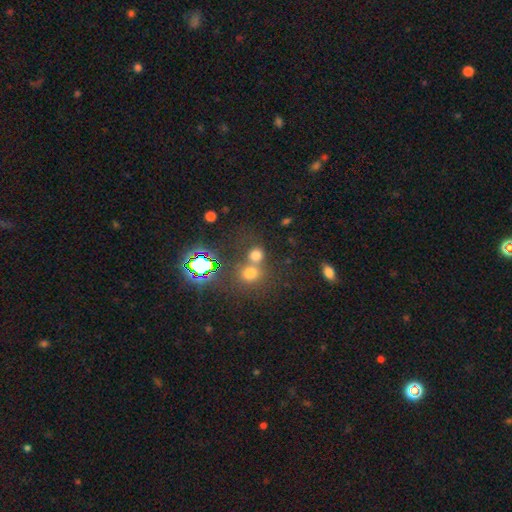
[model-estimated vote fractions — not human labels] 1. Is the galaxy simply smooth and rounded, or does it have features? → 66% smooth, 26% star or artifact, 8% featured or disk.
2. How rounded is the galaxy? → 81% round, 17% in between, 1% cigar-shaped.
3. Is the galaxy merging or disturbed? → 50% none, 39% merger, 7% minor disturbance, 4% major disturbance.